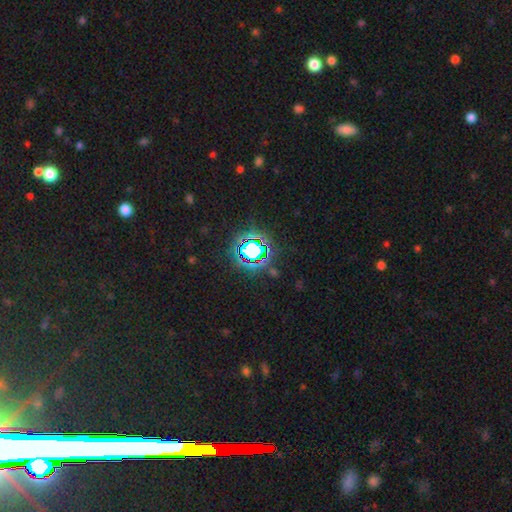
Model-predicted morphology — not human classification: A star or artifact, not a galaxy (77%).